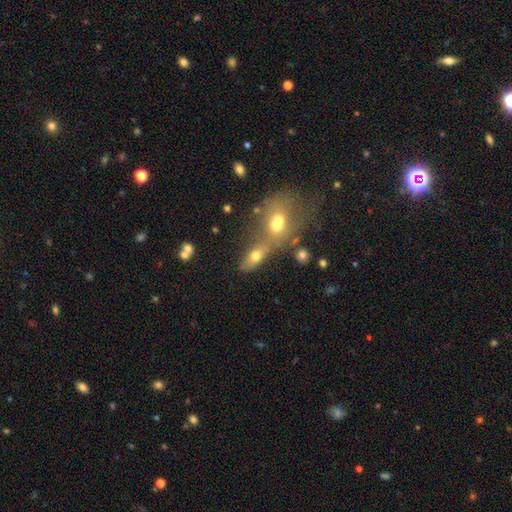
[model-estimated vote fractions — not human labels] smooth-or-featured: smooth: 65% | featured or disk: 21% | star or artifact: 14%
  how-rounded: in between: 69% | round: 19% | cigar-shaped: 12%
  merging: merger: 44% | none: 37% | minor disturbance: 11% | major disturbance: 7%